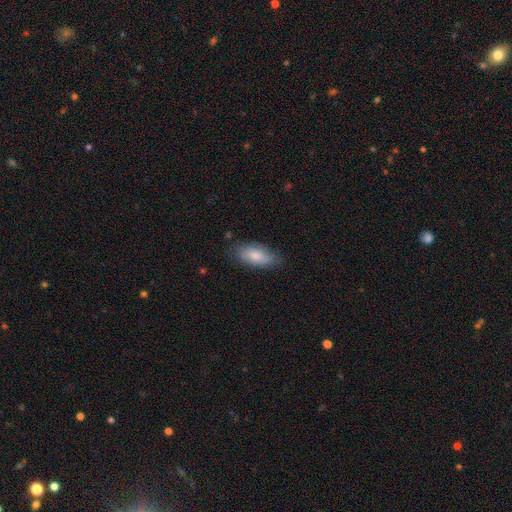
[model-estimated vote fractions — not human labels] The model was most divided on "merging": none: 76%, minor disturbance: 19%, major disturbance: 4%, merger: 1%. More confident: how rounded — in between (89%); smooth or featured — smooth (80%).